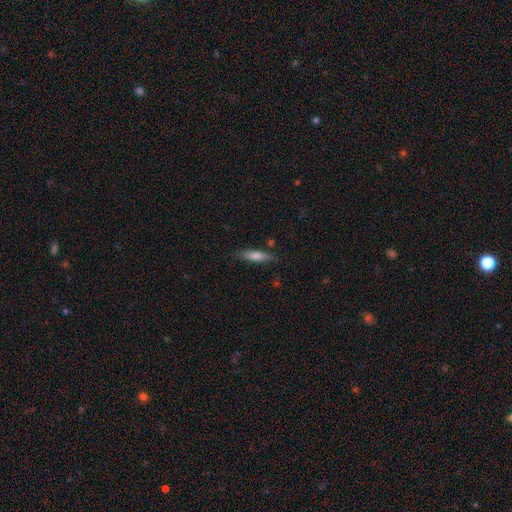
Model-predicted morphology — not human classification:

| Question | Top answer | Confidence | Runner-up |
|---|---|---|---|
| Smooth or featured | smooth | 70% | featured or disk (23%) |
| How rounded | cigar-shaped | 70% | in between (29%) |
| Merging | none | 80% | minor disturbance (14%) |